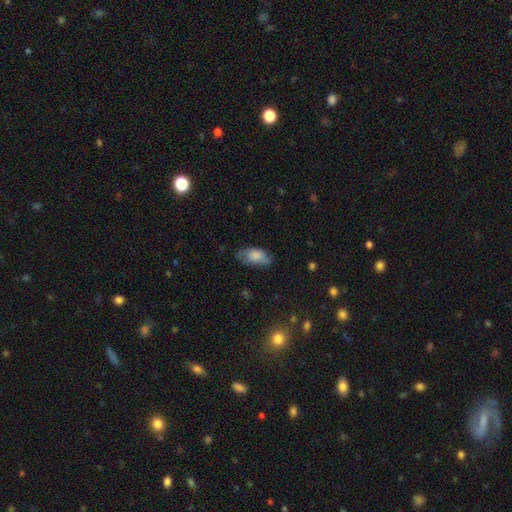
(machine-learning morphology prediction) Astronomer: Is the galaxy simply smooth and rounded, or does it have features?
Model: smooth — 81%.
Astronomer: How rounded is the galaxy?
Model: in between — 92%.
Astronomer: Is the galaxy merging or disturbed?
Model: none — 66%.